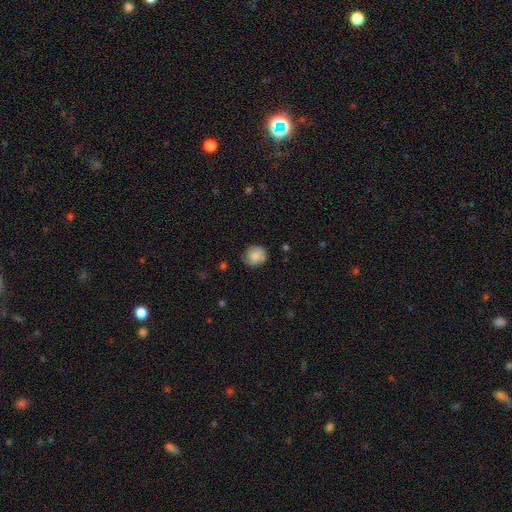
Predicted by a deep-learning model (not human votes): Overall: smooth (73%). How rounded: round (80%). Merging: none (74%).